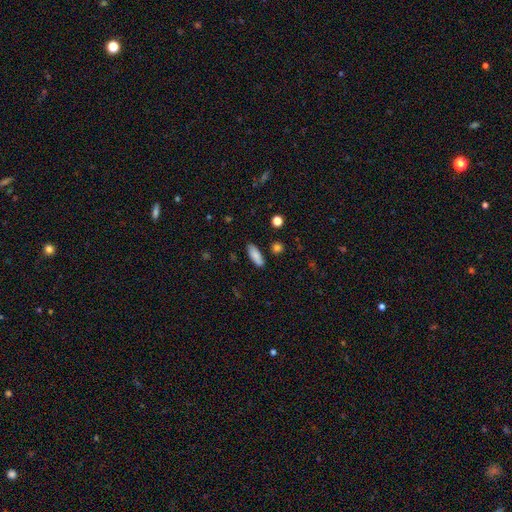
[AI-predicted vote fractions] Overall: smooth (86%). How rounded: in between (64%; cigar-shaped 33%). Merging: none (84%).